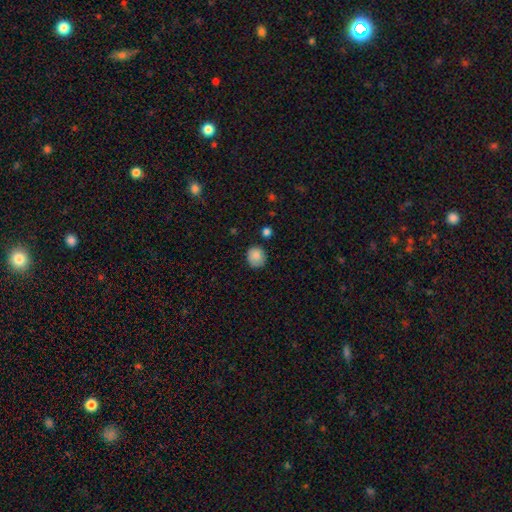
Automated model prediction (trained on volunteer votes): The model was most divided on "merging": none: 76%, minor disturbance: 18%, major disturbance: 4%, merger: 3%. More confident: smooth or featured — smooth (85%); how rounded — round (81%).